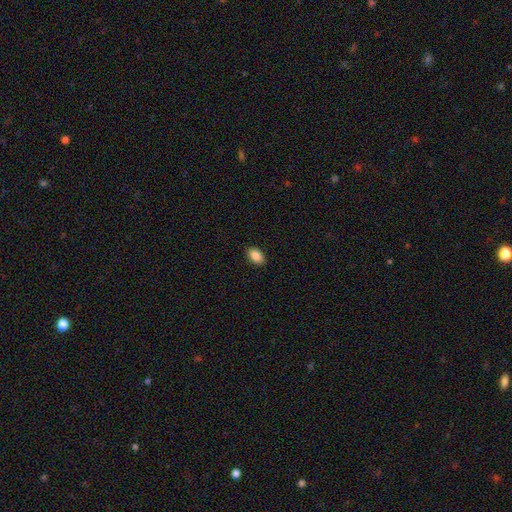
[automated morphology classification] A smooth galaxy with no disk features (88%) that is in between round and cigar-shaped (90%). Merging: none (90%).